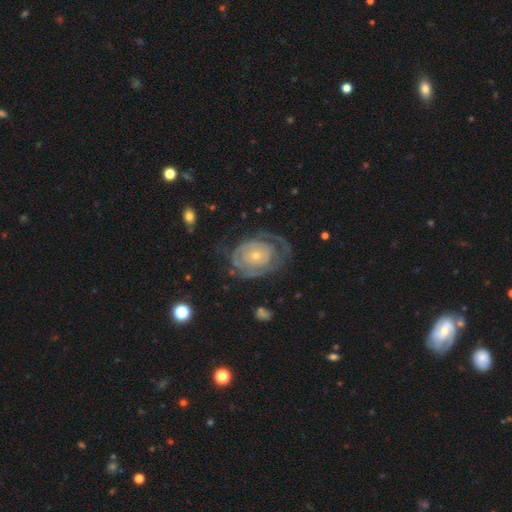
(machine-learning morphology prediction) smooth_or_featured: featured or disk (p=0.76) [alt: smooth p=0.18]
disk_edge_on: no (p=0.96) [alt: yes p=0.04]
bar: no (p=0.82) [alt: weak p=0.14]
has_spiral_arms: yes (p=0.74) [alt: no p=0.26]
spiral_winding: tight (p=0.70) [alt: medium p=0.20]
spiral_arm_count: can't tell (p=0.51) [alt: 2 p=0.21]
bulge_size: small (p=0.74) [alt: moderate p=0.22]
merging: none (p=0.53) [alt: major disturbance p=0.23]